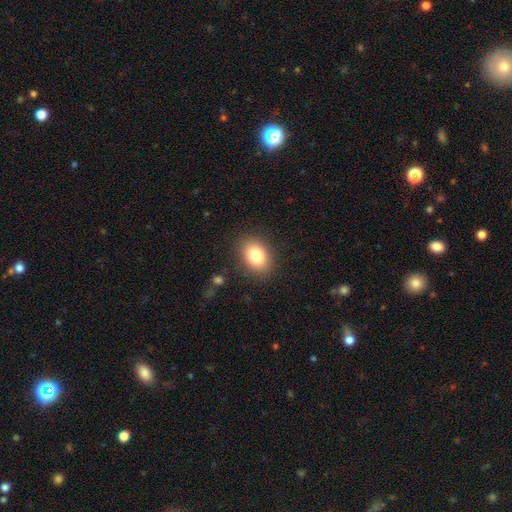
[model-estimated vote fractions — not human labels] Smooth or featured? Predicted: smooth (p=0.82). How rounded? Predicted: in between (p=0.74). Merging? Predicted: none (p=0.86).